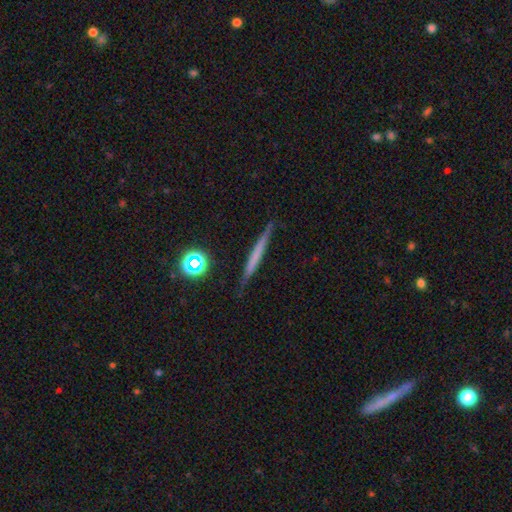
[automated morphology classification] smooth-or-featured: smooth: 48% | featured or disk: 44% | star or artifact: 8%
  merging: none: 87% | minor disturbance: 10% | major disturbance: 2% | merger: 2%